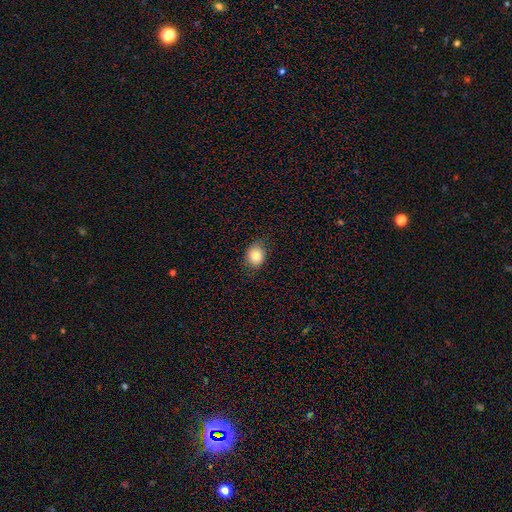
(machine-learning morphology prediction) smooth-or-featured: smooth: 81% | star or artifact: 10% | featured or disk: 9%
  how-rounded: round: 58% | in between: 41% | cigar-shaped: 1%
  merging: none: 79% | minor disturbance: 16% | major disturbance: 4% | merger: 1%